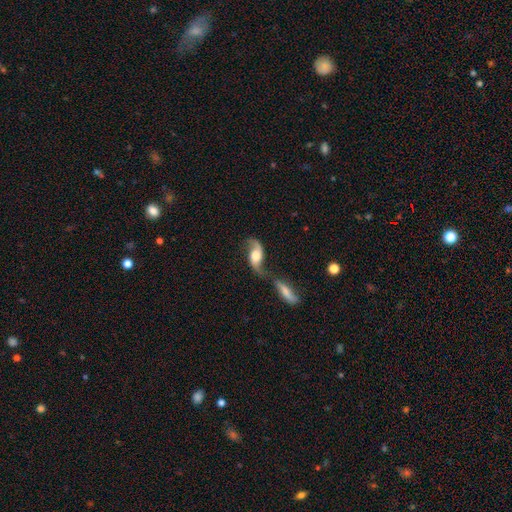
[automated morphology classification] A featured or disk galaxy (76%) with no bar (58%), 2 (90%) loose (79%) spiral arms (93%) and a large central bulge (42%).

Vote fractions:
- Smooth or featured? featured or disk: 76% / smooth: 18% / star or artifact: 6%
- Edge-on disk? no: 91% / yes: 9%
- Bar? no: 58% / weak: 33% / strong: 10%
- Spiral arms? yes: 93% / no: 7%
- Spiral winding? loose: 79% / medium: 16% / tight: 4%
- Spiral arm count? 2: 90% / 1: 5% / can't tell: 3% / 3: 1% / 4: 1% / more than 4: 1%
- Bulge size? large: 42% / moderate: 33% / small: 9% / none: 8% / dominant: 7%
- Merging? merger: 43% / none: 33% / minor disturbance: 13% / major disturbance: 11%